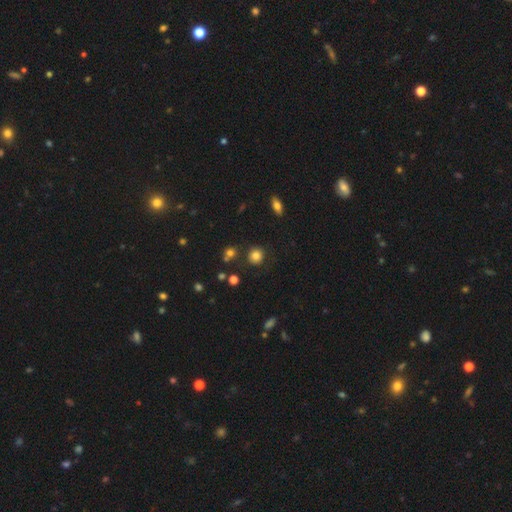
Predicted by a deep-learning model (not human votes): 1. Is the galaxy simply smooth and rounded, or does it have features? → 81% smooth, 13% star or artifact, 6% featured or disk.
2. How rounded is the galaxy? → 89% round, 10% in between, 1% cigar-shaped.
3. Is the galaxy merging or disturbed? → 84% none, 9% minor disturbance, 4% merger, 3% major disturbance.